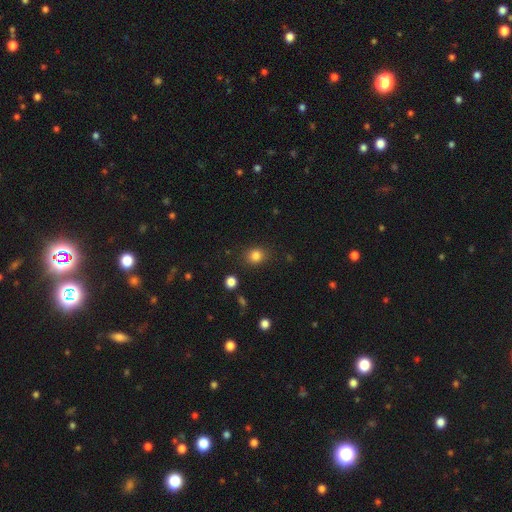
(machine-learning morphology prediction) Smooth or featured? Predicted: smooth (p=0.83). How rounded? Predicted: round (p=0.70). Merging? Predicted: none (p=0.84).